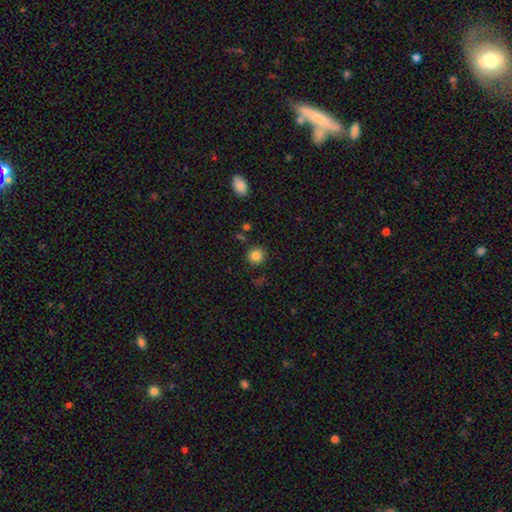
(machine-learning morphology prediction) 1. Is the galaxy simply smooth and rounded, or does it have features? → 85% smooth, 11% star or artifact, 4% featured or disk.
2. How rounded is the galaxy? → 89% round, 10% in between, 1% cigar-shaped.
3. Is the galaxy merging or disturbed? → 86% none, 8% minor disturbance, 3% merger, 3% major disturbance.